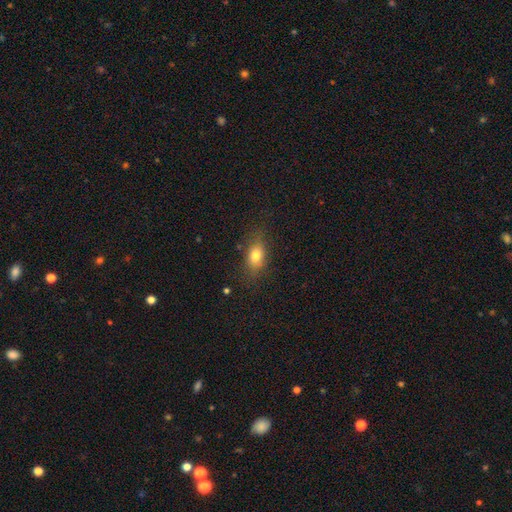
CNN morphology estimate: Smooth or featured: smooth — 77% (featured or disk — 12%)
How rounded: in between — 77% (round — 16%)
Merging: none — 76% (minor disturbance — 16%)